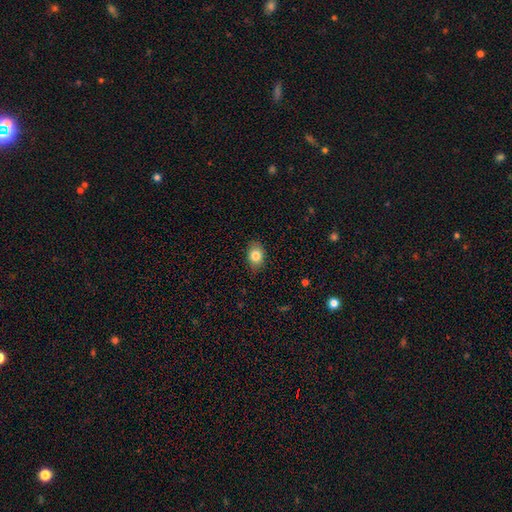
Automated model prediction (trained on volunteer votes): smooth_or_featured: smooth (p=0.82) [alt: star or artifact p=0.09]
how_rounded: in between (p=0.70) [alt: round p=0.29]
merging: none (p=0.84) [alt: minor disturbance p=0.13]